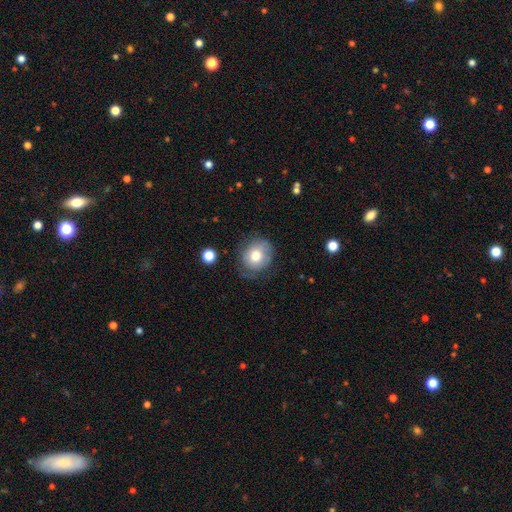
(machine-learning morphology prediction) smooth 70%, featured or disk 23%, star or artifact 8%. Down the decision tree: how rounded — round (72%); merging — none (63%).